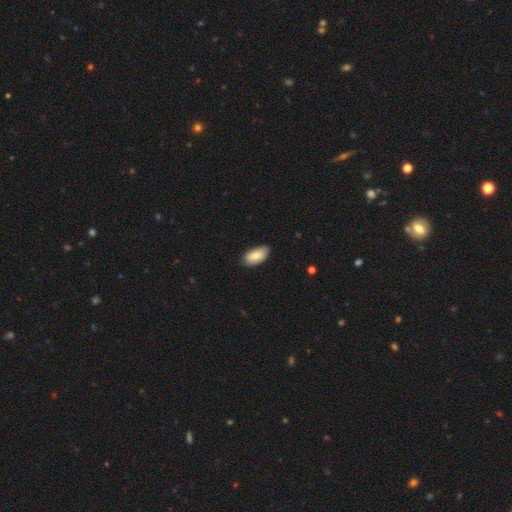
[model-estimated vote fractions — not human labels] Smooth or featured: smooth — 83% (featured or disk — 11%)
How rounded: in between — 94% (cigar-shaped — 4%)
Merging: none — 76% (minor disturbance — 20%)